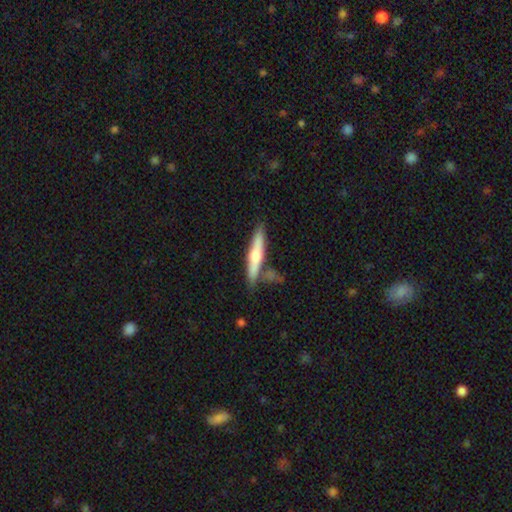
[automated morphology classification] featured or disk 49%, smooth 46%, star or artifact 5%. Down the decision tree: merging — none (74%).